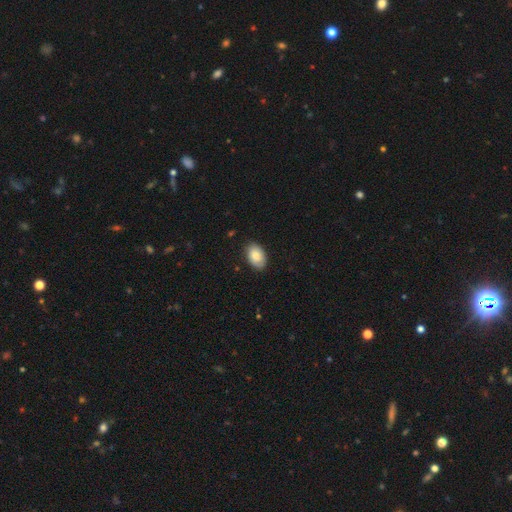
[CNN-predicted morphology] Smooth or featured: smooth — 84% (featured or disk — 9%)
How rounded: in between — 90% (round — 9%)
Merging: none — 84% (minor disturbance — 12%)